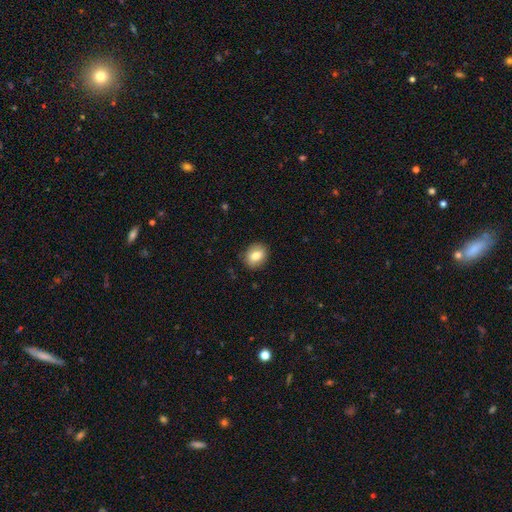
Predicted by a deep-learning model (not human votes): smooth_or_featured: smooth (p=0.80) [alt: featured or disk p=0.12]
how_rounded: in between (p=0.50) [alt: round p=0.49]
merging: none (p=0.87) [alt: minor disturbance p=0.10]